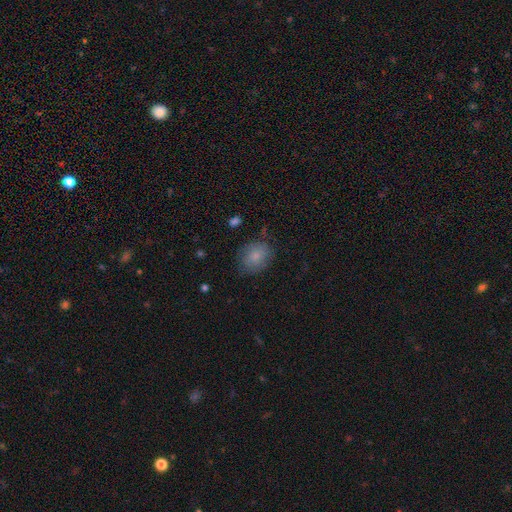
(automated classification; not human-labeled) smooth 81%, featured or disk 11%, star or artifact 8%. Down the decision tree: how rounded — round (52%); merging — none (76%).